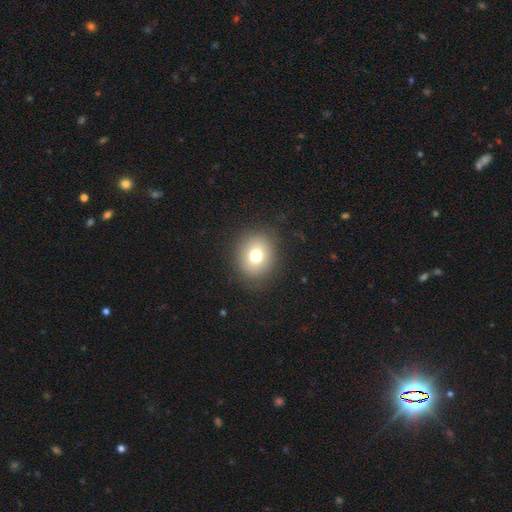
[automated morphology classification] This is likely a smooth galaxy (74%). How rounded: likely round (66%). Merging: clearly none (87%).